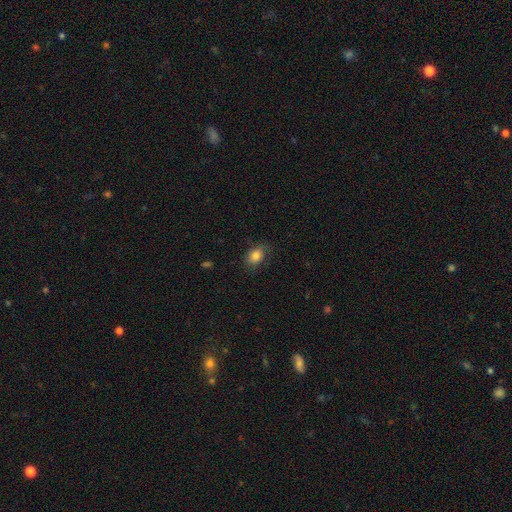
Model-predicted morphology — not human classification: The model was most divided on "how rounded": in between: 73%, round: 26%, cigar-shaped: 1%. More confident: smooth or featured — smooth (83%); merging — none (76%).